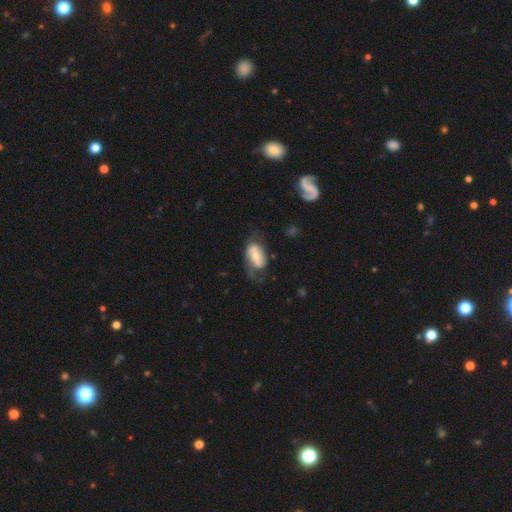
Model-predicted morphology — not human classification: featured or disk 55%, smooth 38%, star or artifact 7%. Down the decision tree: edge-on disk — no (94%); bar — no (43%); spiral arms — yes (72%); bulge size — moderate (52%); merging — none (44%).